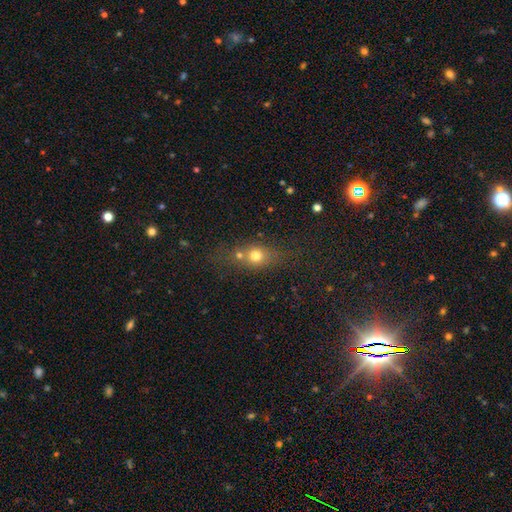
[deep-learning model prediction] Q: Smooth or featured?
A: smooth (68%); runner-up: featured or disk (17%)
Q: How rounded?
A: round (57%); runner-up: in between (35%)
Q: Merging?
A: none (51%); runner-up: merger (26%)